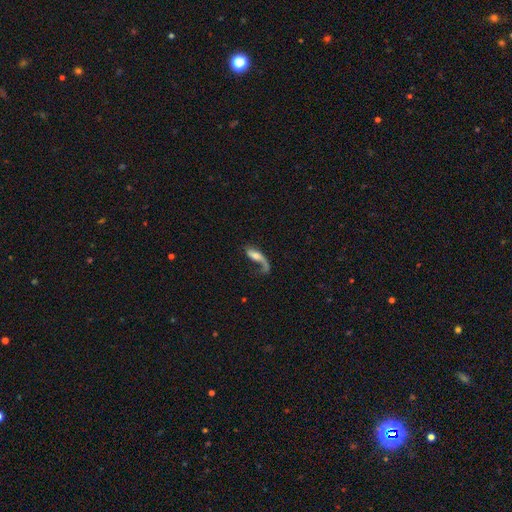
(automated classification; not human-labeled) smooth-or-featured: featured or disk: 52% | smooth: 40% | star or artifact: 8%
  disk-edge-on: no: 77% | yes: 23%
  merging: major disturbance: 41% | none: 32% | minor disturbance: 18% | merger: 9%